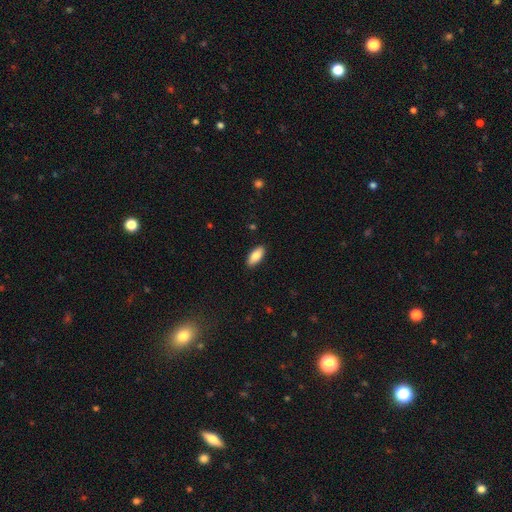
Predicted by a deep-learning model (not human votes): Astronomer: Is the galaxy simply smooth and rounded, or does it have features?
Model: smooth — 84%.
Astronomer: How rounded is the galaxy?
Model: in between — 87%.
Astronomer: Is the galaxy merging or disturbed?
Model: none — 89%.